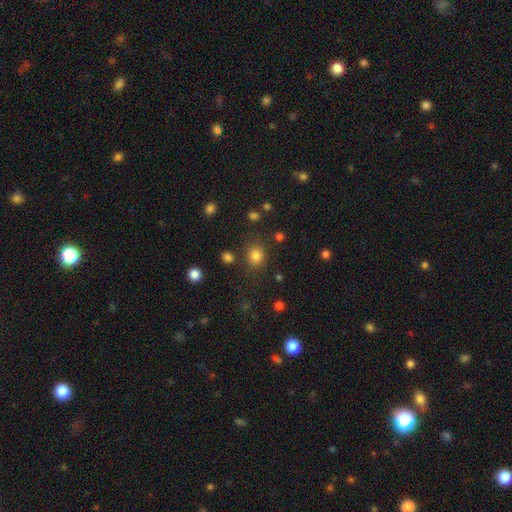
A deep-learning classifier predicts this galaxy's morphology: smooth-or-featured: smooth: 82% | star or artifact: 13% | featured or disk: 5%
  how-rounded: round: 76% | in between: 23% | cigar-shaped: 1%
  merging: none: 83% | minor disturbance: 9% | major disturbance: 4% | merger: 4%